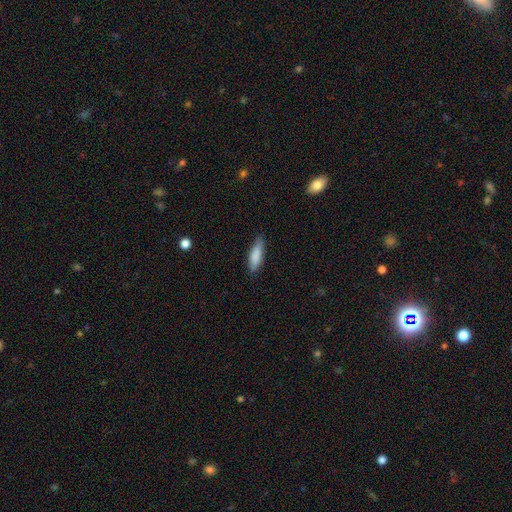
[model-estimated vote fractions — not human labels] smooth-or-featured: smooth: 85% | featured or disk: 9% | star or artifact: 6%
  how-rounded: cigar-shaped: 56% | in between: 43% | round: 2%
  merging: none: 83% | minor disturbance: 13% | major disturbance: 2% | merger: 1%